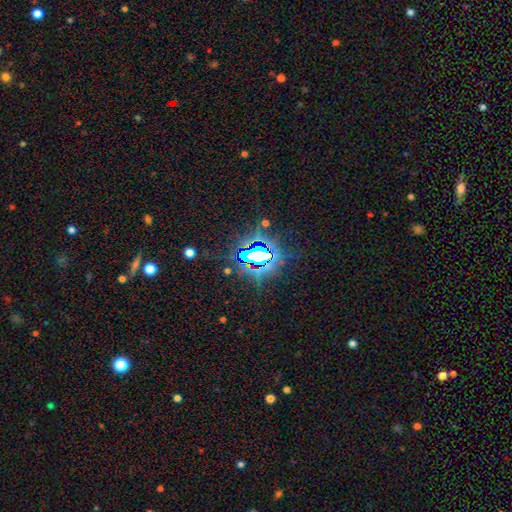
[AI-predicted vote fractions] A star or artifact, not a galaxy (76%).